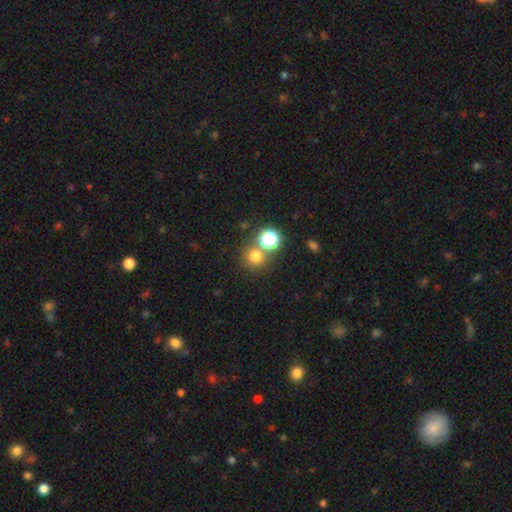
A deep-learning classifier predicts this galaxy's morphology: smooth_or_featured: smooth (p=0.73) [alt: star or artifact p=0.20]
how_rounded: round (p=0.90) [alt: in between p=0.09]
merging: none (p=0.69) [alt: merger p=0.21]